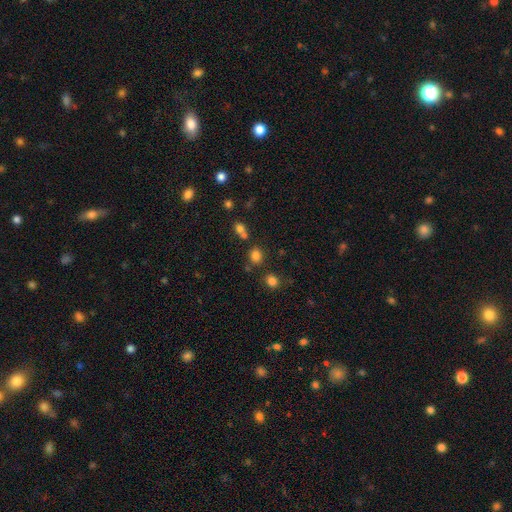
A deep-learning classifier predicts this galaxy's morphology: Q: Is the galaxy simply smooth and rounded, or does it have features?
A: smooth — 78%.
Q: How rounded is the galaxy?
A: round — 65%.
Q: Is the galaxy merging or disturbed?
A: none — 71%.